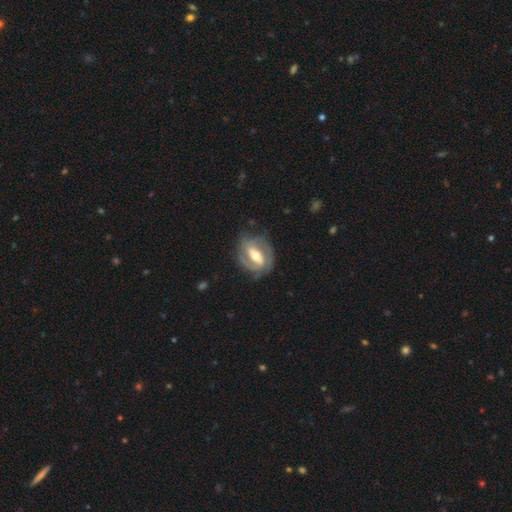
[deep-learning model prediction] smooth-or-featured: featured or disk: 83% | smooth: 12% | star or artifact: 5%
  disk-edge-on: no: 95% | yes: 5%
    bar: strong: 51% | weak: 34% | no: 15%
    has-spiral-arms: yes: 89% | no: 11%
      spiral-winding: tight: 50% | medium: 38% | loose: 12%
      spiral-arm-count: 2: 65% | can't tell: 13% | 3: 13% | 1: 5% | 4: 2% | more than 4: 2%
    bulge-size: moderate: 69% | small: 20% | large: 9% | none: 1% | dominant: 1%
  merging: none: 70% | minor disturbance: 19% | major disturbance: 9% | merger: 2%